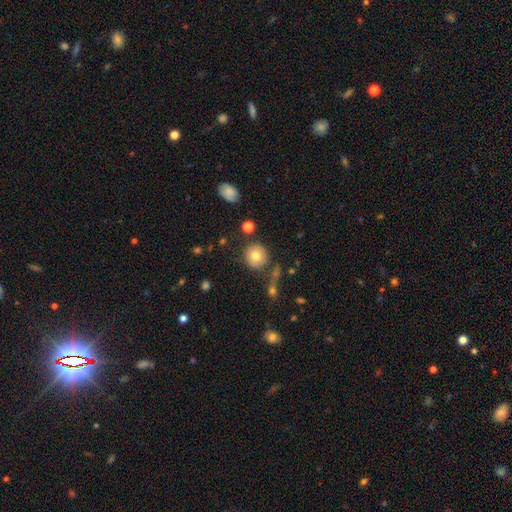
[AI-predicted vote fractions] This appears to be a smooth galaxy with no disk features (77%) that is round (91%). Merging: none (79%).